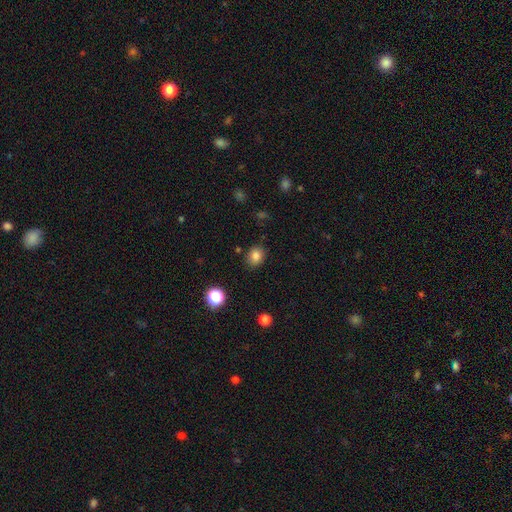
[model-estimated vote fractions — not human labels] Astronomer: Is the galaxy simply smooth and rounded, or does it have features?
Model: smooth — 83%.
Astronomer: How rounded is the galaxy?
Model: round — 61% (runner-up: in between, 38%).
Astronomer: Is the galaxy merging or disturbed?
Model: none — 84%.